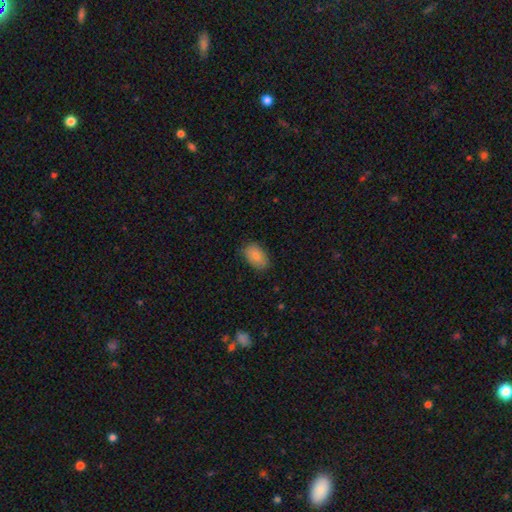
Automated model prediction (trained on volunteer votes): Overall: smooth (87%). How rounded: in between (92%). Merging: none (82%).